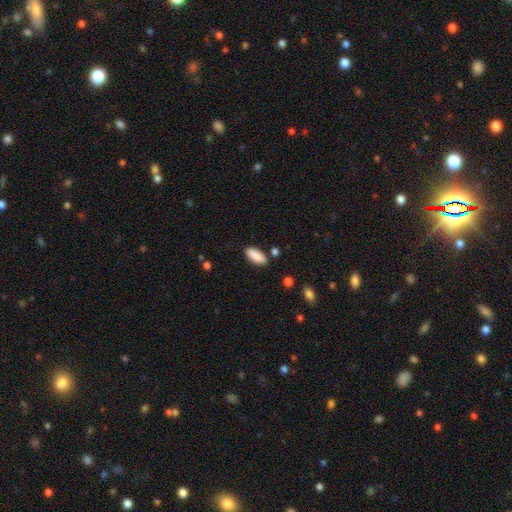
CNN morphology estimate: Q: Smooth or featured?
A: smooth (89%); runner-up: star or artifact (6%)
Q: How rounded?
A: in between (82%); runner-up: cigar-shaped (16%)
Q: Merging?
A: none (84%); runner-up: minor disturbance (11%)